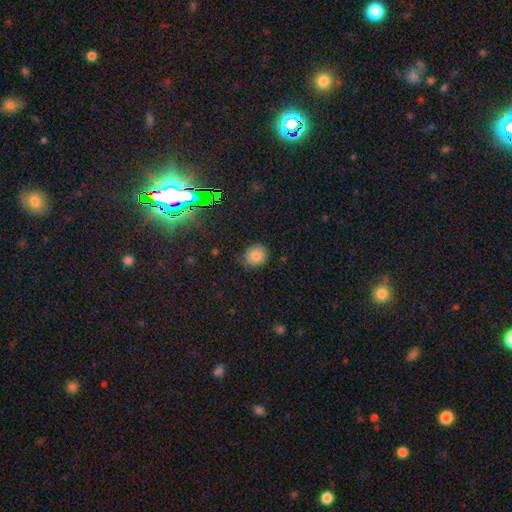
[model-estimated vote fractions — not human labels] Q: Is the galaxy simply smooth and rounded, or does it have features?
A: smooth — 80%.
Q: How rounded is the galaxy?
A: round — 83%.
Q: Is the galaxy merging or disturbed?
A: none — 79%.